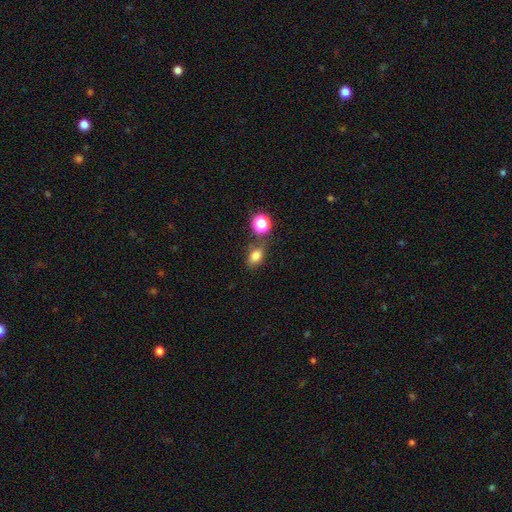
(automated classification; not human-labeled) The model was most divided on "how rounded": in between: 70%, round: 28%, cigar-shaped: 2%. More confident: smooth or featured — smooth (77%); merging — none (66%).